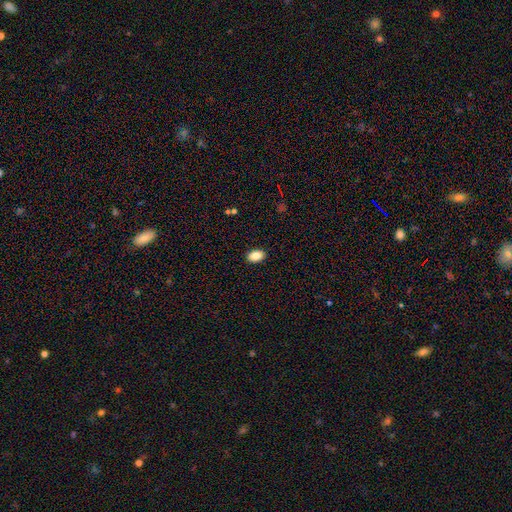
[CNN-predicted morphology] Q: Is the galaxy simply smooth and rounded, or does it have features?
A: smooth — 87%.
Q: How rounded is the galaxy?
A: in between — 89%.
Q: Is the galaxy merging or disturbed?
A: none — 90%.